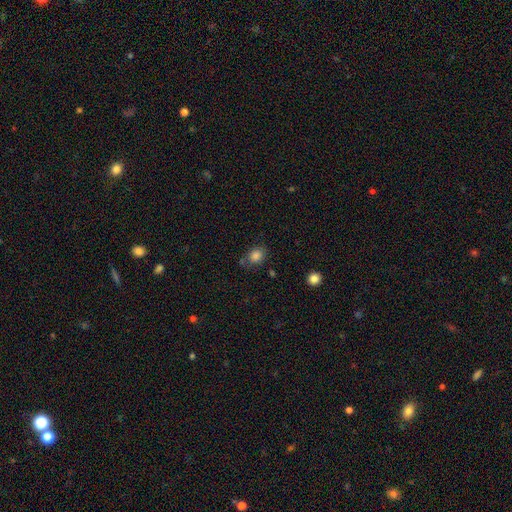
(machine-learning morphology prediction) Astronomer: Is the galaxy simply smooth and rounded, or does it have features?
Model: smooth — 84%.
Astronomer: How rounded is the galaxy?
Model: round — 52% (runner-up: in between, 46%).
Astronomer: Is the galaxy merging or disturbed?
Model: none — 71%.